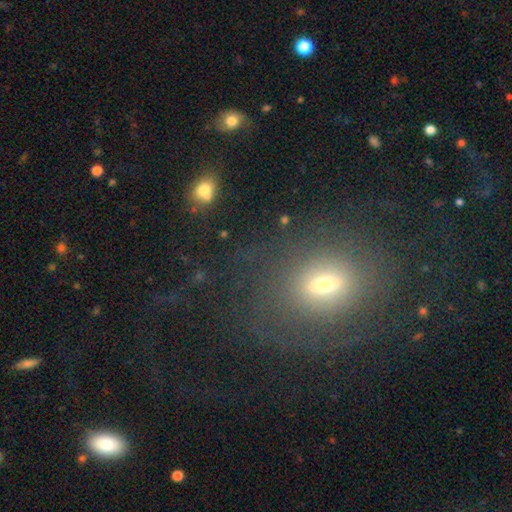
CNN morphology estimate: A smooth galaxy with no disk features (51%) that is in between round and cigar-shaped (51%). Merging: none (70%).